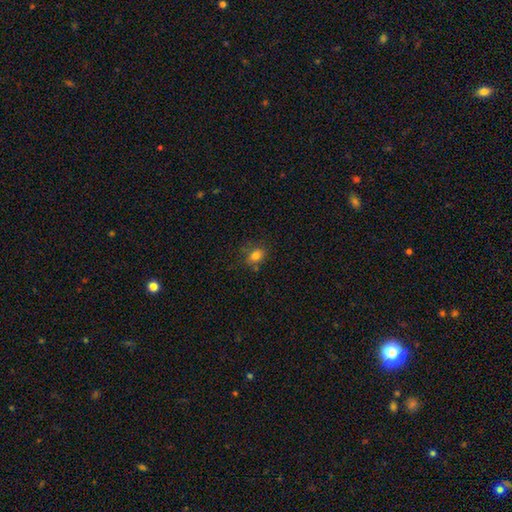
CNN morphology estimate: Overall: smooth (78%). How rounded: in between (60%; round 38%). Merging: none (70%).